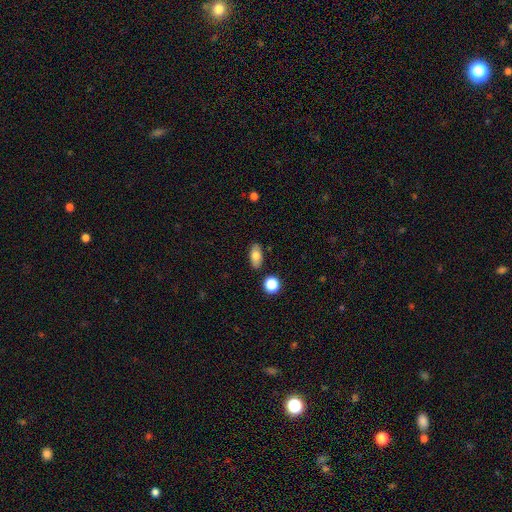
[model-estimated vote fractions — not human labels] Overall: smooth (78%). How rounded: in between (88%). Merging: none (84%).